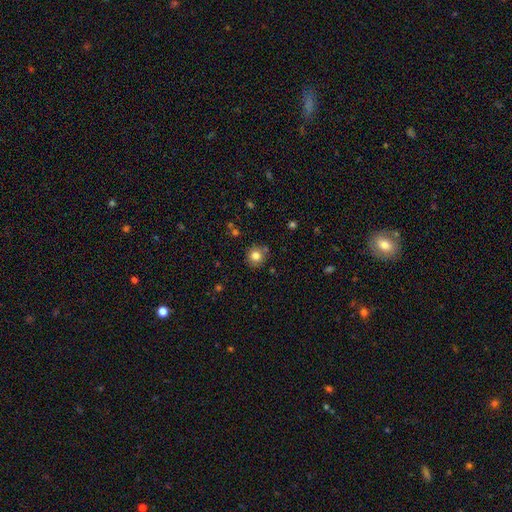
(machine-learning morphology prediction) Smooth or featured: smooth — 81% (star or artifact — 11%)
How rounded: round — 90% (in between — 9%)
Merging: none — 80% (minor disturbance — 11%)